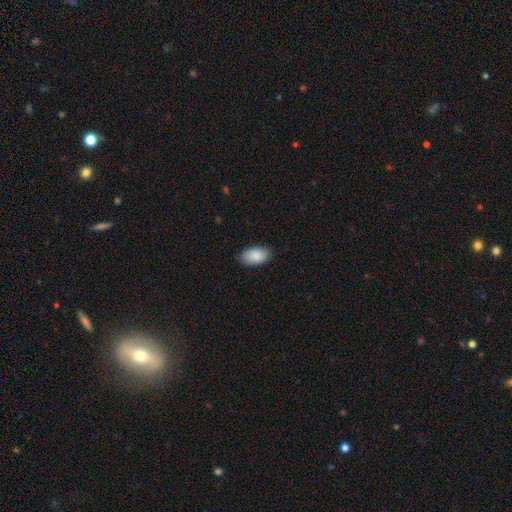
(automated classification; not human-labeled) smooth_or_featured: smooth (p=0.88) [alt: star or artifact p=0.06]
how_rounded: in between (p=0.95) [alt: round p=0.03]
merging: none (p=0.85) [alt: minor disturbance p=0.12]